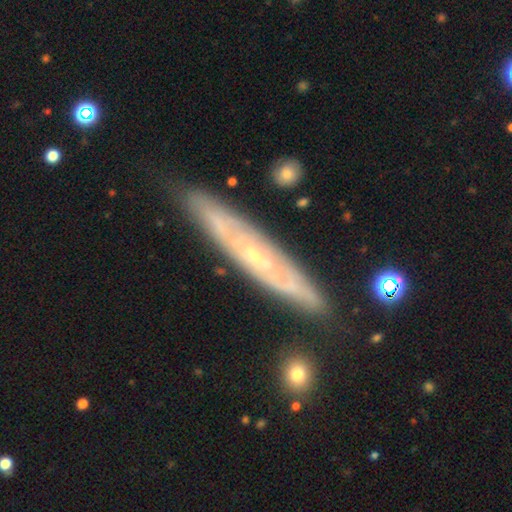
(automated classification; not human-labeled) A featured or disk galaxy (78%).

Vote fractions:
- Smooth or featured? featured or disk: 78% / smooth: 16% / star or artifact: 6%
- Edge-on disk? no: 51% / yes: 49%
- Merging? none: 82% / minor disturbance: 13% / major disturbance: 3% / merger: 2%